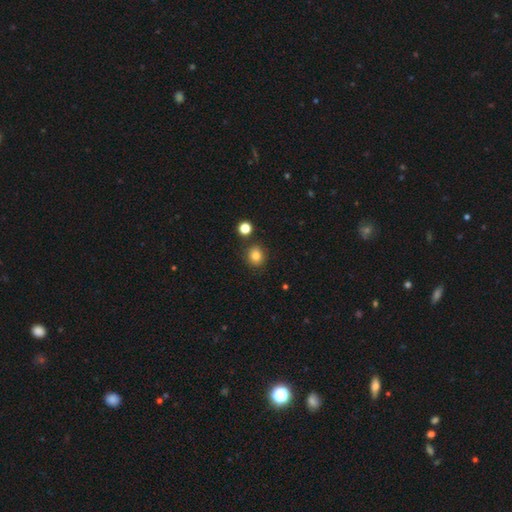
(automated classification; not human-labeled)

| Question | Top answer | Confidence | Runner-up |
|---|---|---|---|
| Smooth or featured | smooth | 81% | star or artifact (13%) |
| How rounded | round | 81% | in between (18%) |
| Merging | none | 85% | minor disturbance (8%) |